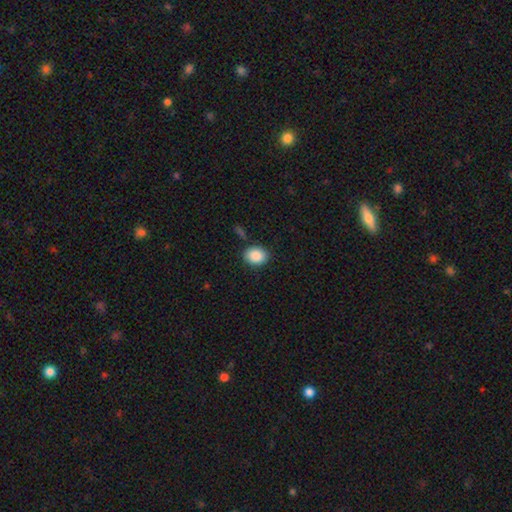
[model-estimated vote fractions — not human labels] Smooth or featured? Predicted: smooth (p=0.89). How rounded? Predicted: in between (p=0.63). Merging? Predicted: none (p=0.85).